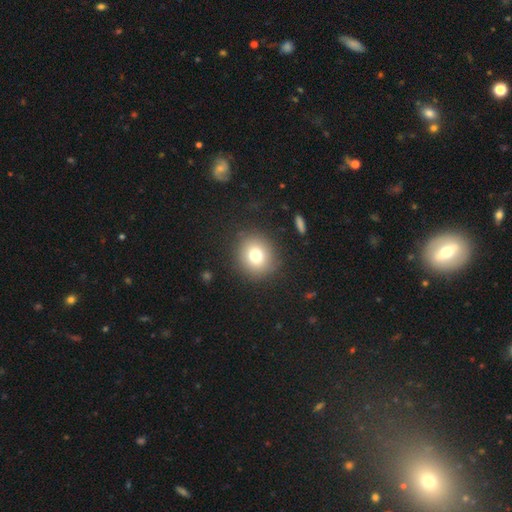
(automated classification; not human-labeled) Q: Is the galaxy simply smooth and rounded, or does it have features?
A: smooth — 76%.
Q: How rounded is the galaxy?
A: round — 82%.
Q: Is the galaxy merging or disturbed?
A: none — 87%.